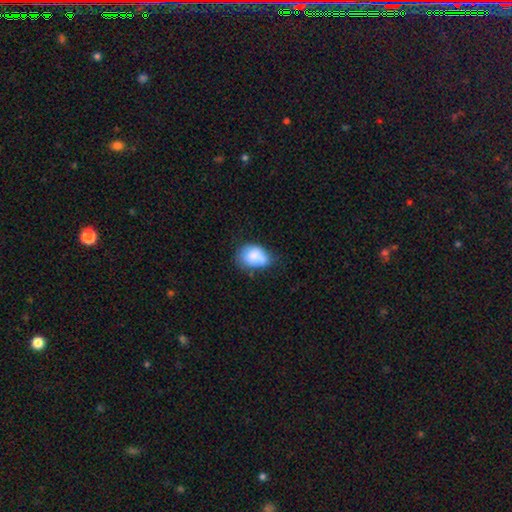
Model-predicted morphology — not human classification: smooth_or_featured: smooth (p=0.79) [alt: featured or disk p=0.13]
how_rounded: in between (p=0.70) [alt: round p=0.29]
merging: none (p=0.45) [alt: minor disturbance p=0.35]